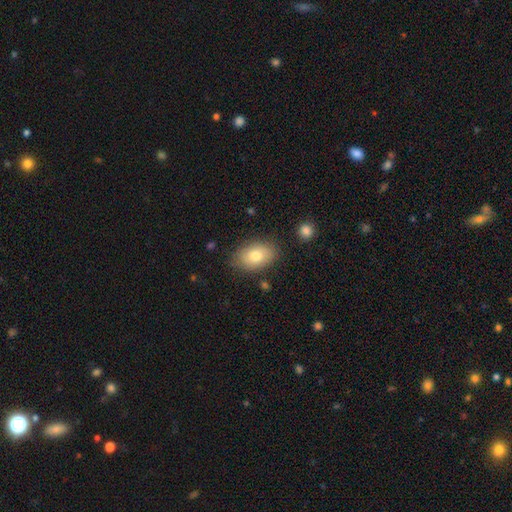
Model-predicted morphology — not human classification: smooth 77%, featured or disk 15%, star or artifact 8%. Down the decision tree: how rounded — in between (85%); merging — none (80%).